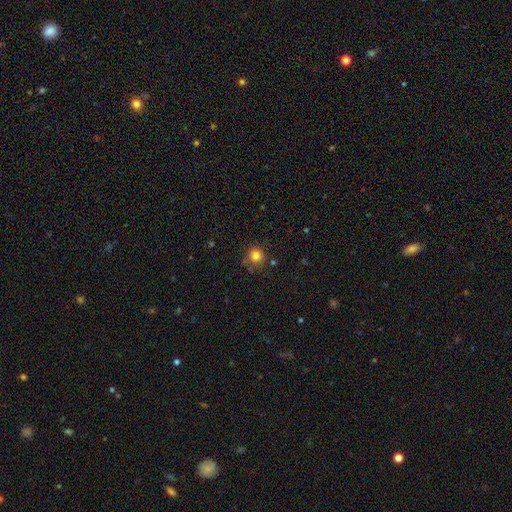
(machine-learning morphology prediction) smooth-or-featured: smooth: 82% | star or artifact: 12% | featured or disk: 6%
  how-rounded: round: 92% | in between: 7% | cigar-shaped: 1%
  merging: none: 79% | minor disturbance: 13% | merger: 5% | major disturbance: 4%